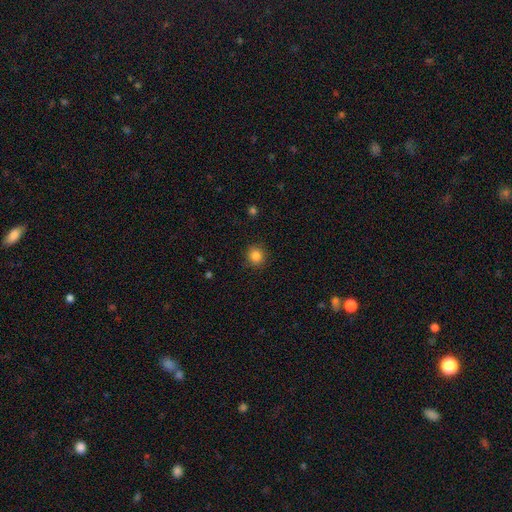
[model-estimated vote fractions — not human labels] Morphology: type=smooth (85%); roundness=round (90%); merging=none (90%).